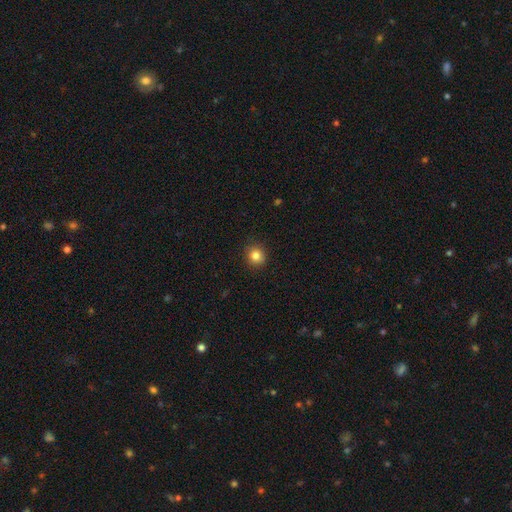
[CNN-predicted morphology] smooth_or_featured: smooth (p=0.84) [alt: star or artifact p=0.11]
how_rounded: round (p=0.88) [alt: in between p=0.11]
merging: none (p=0.90) [alt: minor disturbance p=0.07]